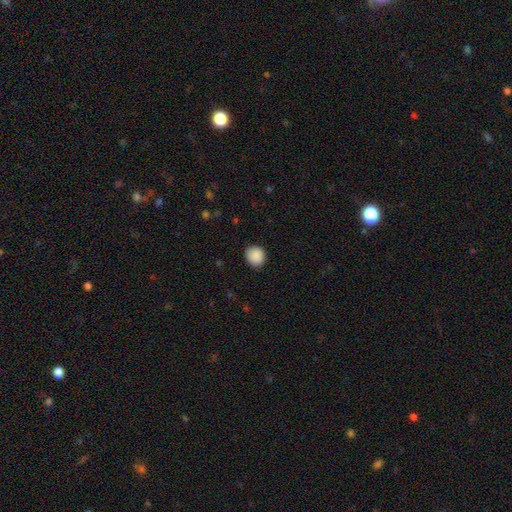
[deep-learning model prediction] Smooth or featured? Predicted: smooth (p=0.89). How rounded? Predicted: round (p=0.79). Merging? Predicted: none (p=0.86).